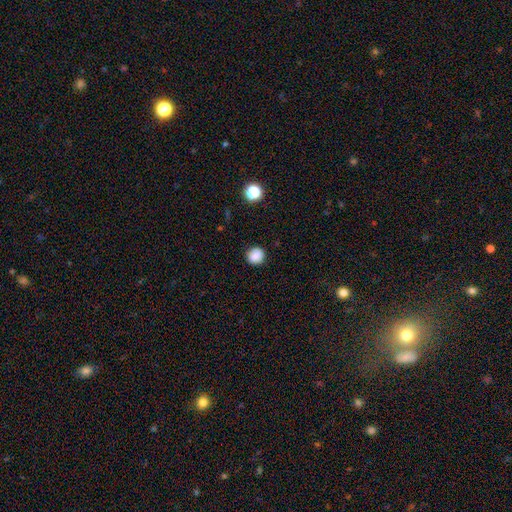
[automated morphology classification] This is clearly a smooth galaxy (86%). How rounded: clearly round (89%). Merging: clearly none (88%).